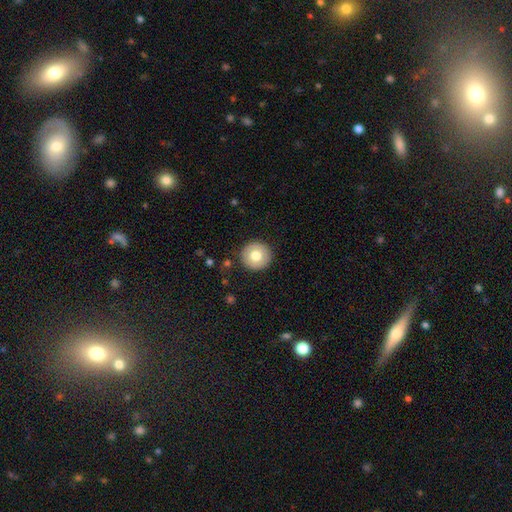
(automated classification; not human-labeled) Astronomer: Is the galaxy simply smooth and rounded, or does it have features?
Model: smooth — 74%.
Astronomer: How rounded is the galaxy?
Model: round — 95%.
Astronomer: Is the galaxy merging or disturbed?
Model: none — 91%.